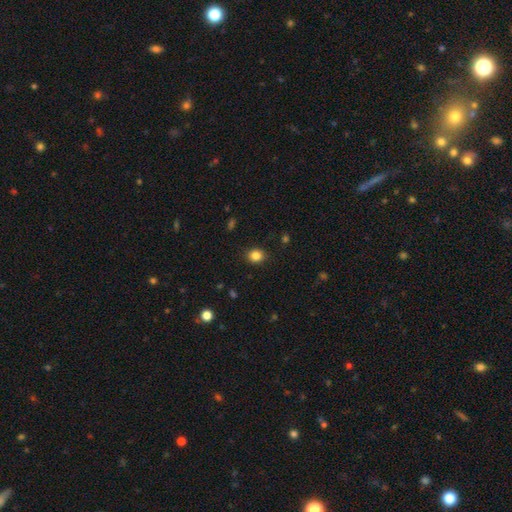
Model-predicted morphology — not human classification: Smooth or featured?
  - smooth: 85% *
  - star or artifact: 11%
  - featured or disk: 4%
How rounded?
  - round: 70% *
  - in between: 29%
  - cigar-shaped: 1%
Merging?
  - none: 88% *
  - minor disturbance: 9%
  - major disturbance: 2%
  - merger: 1%